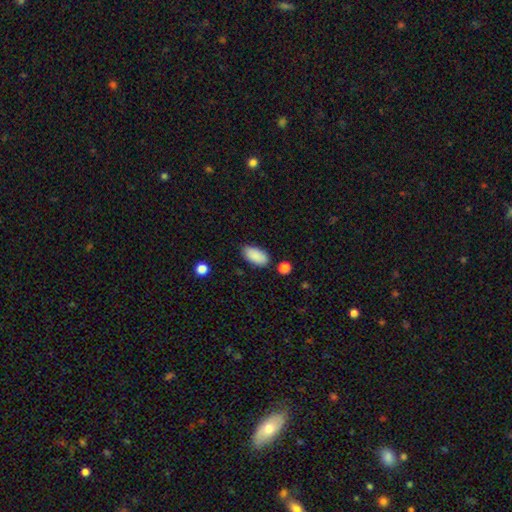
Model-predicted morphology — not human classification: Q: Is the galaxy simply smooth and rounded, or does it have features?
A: smooth — 89%.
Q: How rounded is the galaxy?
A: in between — 94%.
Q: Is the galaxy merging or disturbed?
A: none — 80%.